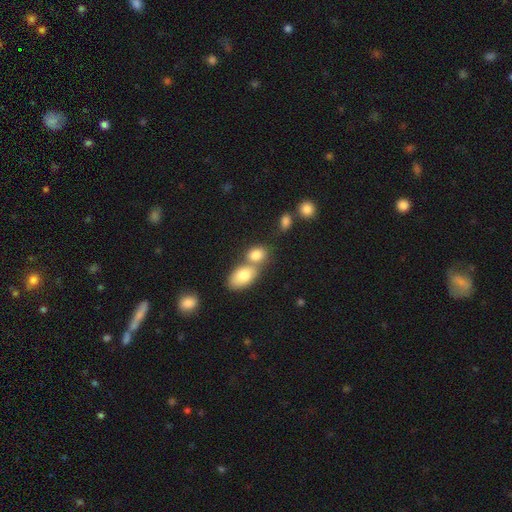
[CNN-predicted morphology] Q: Smooth or featured?
A: smooth (80%); runner-up: featured or disk (11%)
Q: How rounded?
A: in between (70%); runner-up: round (28%)
Q: Merging?
A: merger (53%); runner-up: none (35%)